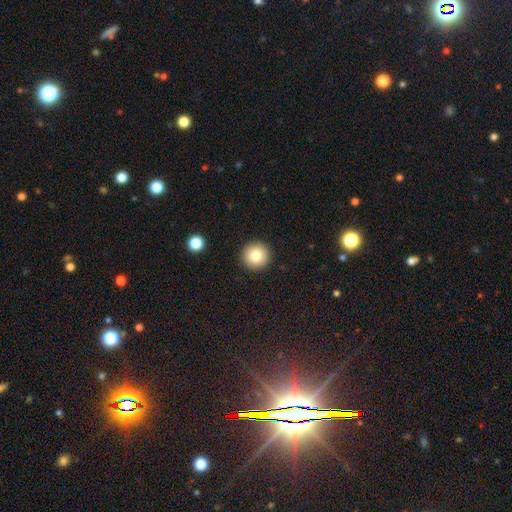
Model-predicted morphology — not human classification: The model was most divided on "smooth or featured": smooth: 79%, star or artifact: 10%, featured or disk: 10%. More confident: how rounded — round (95%); merging — none (92%).